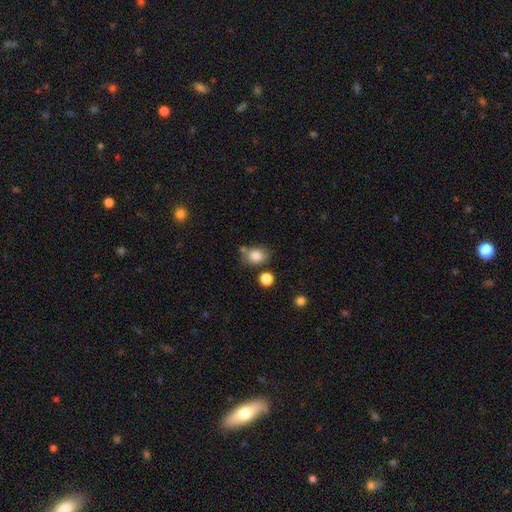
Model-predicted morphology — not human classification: The model was most divided on "how rounded": in between: 59%, round: 39%, cigar-shaped: 1%. More confident: smooth or featured — smooth (83%); merging — none (67%).